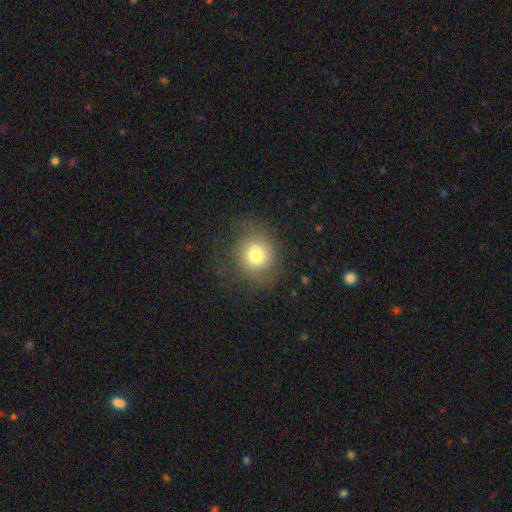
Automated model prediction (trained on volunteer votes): Q: Smooth or featured?
A: smooth (69%); runner-up: featured or disk (18%)
Q: How rounded?
A: round (80%); runner-up: in between (19%)
Q: Merging?
A: none (57%); runner-up: minor disturbance (18%)